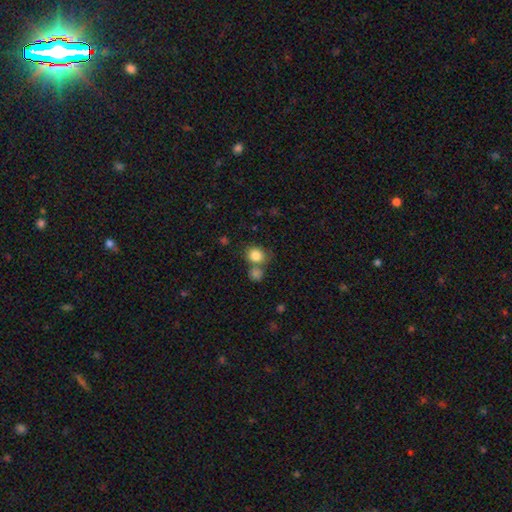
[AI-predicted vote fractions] Q: Smooth or featured?
A: smooth (84%); runner-up: star or artifact (10%)
Q: How rounded?
A: round (77%); runner-up: in between (23%)
Q: Merging?
A: none (58%); runner-up: merger (27%)